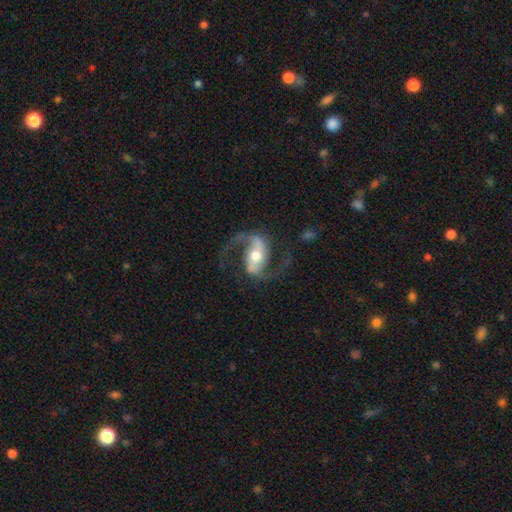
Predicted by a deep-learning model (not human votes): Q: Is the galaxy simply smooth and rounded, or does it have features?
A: featured or disk — 91%.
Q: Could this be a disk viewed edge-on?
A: no — 97%.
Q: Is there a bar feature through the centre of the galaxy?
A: strong — 43%.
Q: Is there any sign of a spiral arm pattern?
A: yes — 97%.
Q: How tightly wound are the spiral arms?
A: loose — 52%.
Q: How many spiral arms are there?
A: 2 — 94%.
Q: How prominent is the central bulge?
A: moderate — 68%.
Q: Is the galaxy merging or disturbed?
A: none — 75%.